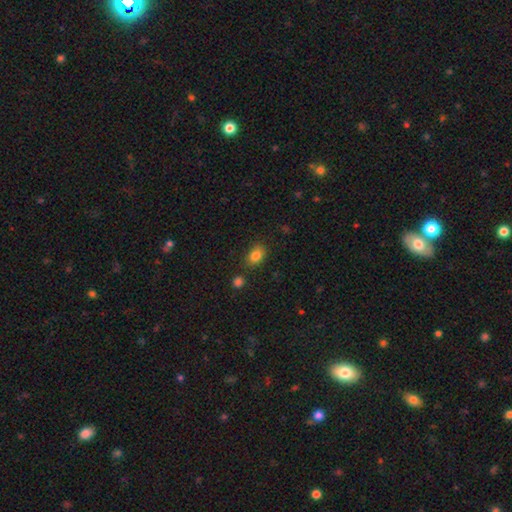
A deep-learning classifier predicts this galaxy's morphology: smooth_or_featured: smooth (p=0.84) [alt: star or artifact p=0.10]
how_rounded: in between (p=0.76) [alt: round p=0.23]
merging: none (p=0.77) [alt: minor disturbance p=0.13]